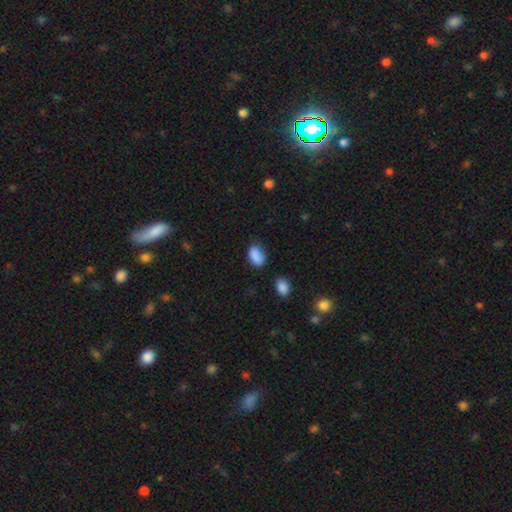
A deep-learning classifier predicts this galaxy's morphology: smooth 88%, star or artifact 8%, featured or disk 4%. Down the decision tree: how rounded — in between (90%); merging — none (70%).